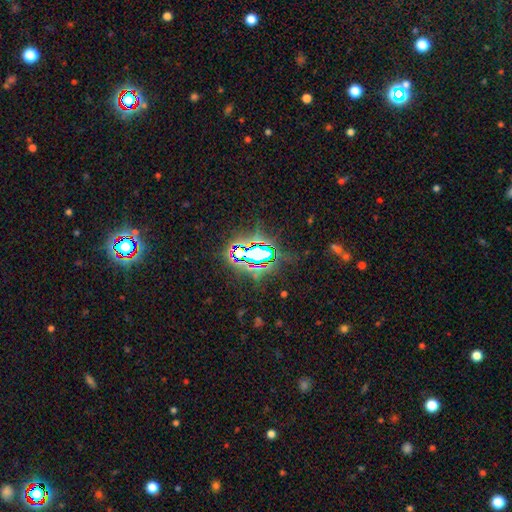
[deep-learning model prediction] The model was most divided on "smooth or featured": star or artifact: 76%, smooth: 13%, featured or disk: 11%.